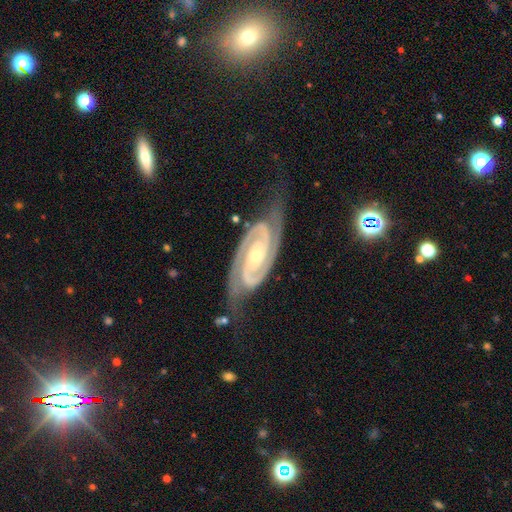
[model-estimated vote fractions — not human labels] Smooth or featured: featured or disk — 94% (star or artifact — 4%)
Edge-on disk: no — 97% (yes — 3%)
Bar: no — 55% (weak — 26%)
Spiral arms: yes — 99% (no — 1%)
Spiral winding: tight — 71% (medium — 26%)
Spiral arm count: 2 — 92% (3 — 3%)
Bulge size: small — 59% (moderate — 38%)
Merging: none — 74% (minor disturbance — 18%)